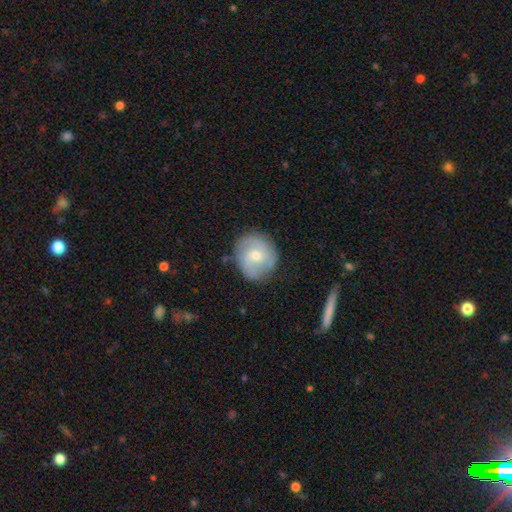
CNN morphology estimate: Smooth or featured? Predicted: featured or disk (p=0.58). Edge-on disk? Predicted: no (p=0.97). Bar? Predicted: no (p=0.59). Spiral arms? Predicted: yes (p=0.84). Bulge size? Predicted: moderate (p=0.54). Merging? Predicted: none (p=0.76).